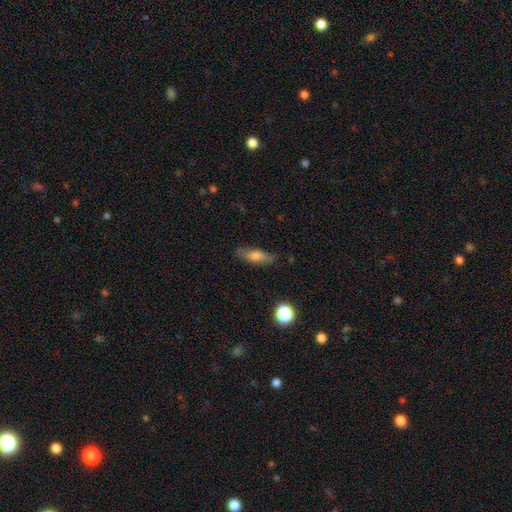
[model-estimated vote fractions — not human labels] This appears to be a smooth galaxy with no disk features (65%) that is in between round and cigar-shaped (53%). Merging: none (82%).